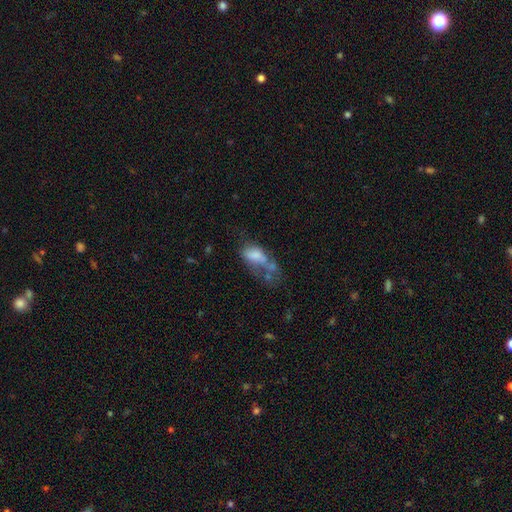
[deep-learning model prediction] This appears to be a smooth galaxy with no disk features (60%) that is in between round and cigar-shaped (86%). Merging: major disturbance (39%).